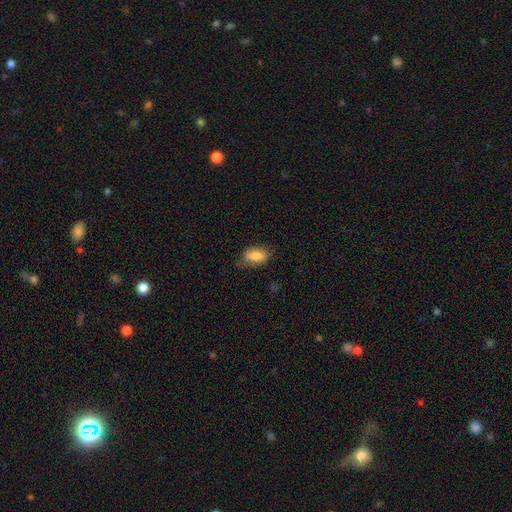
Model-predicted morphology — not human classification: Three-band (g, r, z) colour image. It shows a smooth galaxy with no disk features (82%) that is in between round and cigar-shaped (89%). Merging: none (65%).